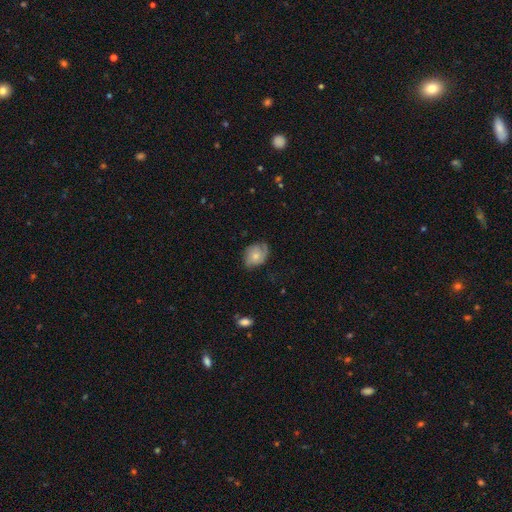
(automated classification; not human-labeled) Overall: smooth (53%; featured or disk 40%). How rounded: in between (56%; round 43%). Merging: none (59%; minor disturbance 30%).